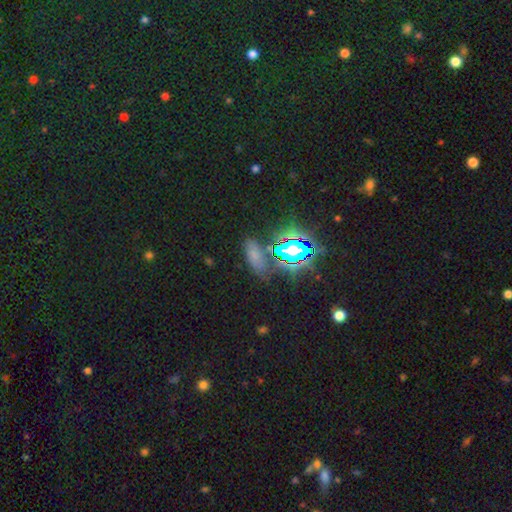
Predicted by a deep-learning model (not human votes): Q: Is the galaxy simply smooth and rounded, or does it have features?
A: smooth — 45%.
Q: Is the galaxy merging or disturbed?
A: none — 73%.